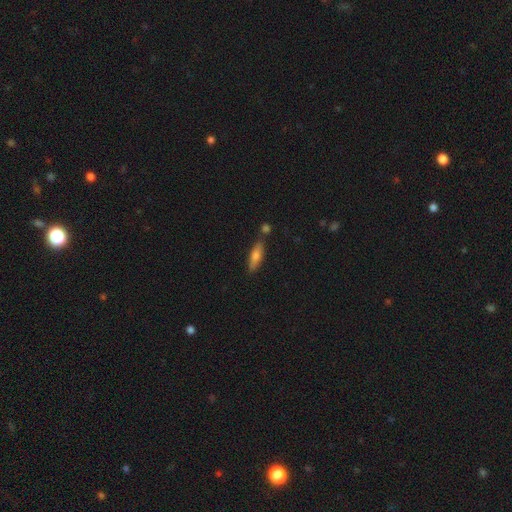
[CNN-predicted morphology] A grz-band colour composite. It shows a smooth galaxy with no disk features (64%) that is cigar-shaped (63%). Merging: none (77%).